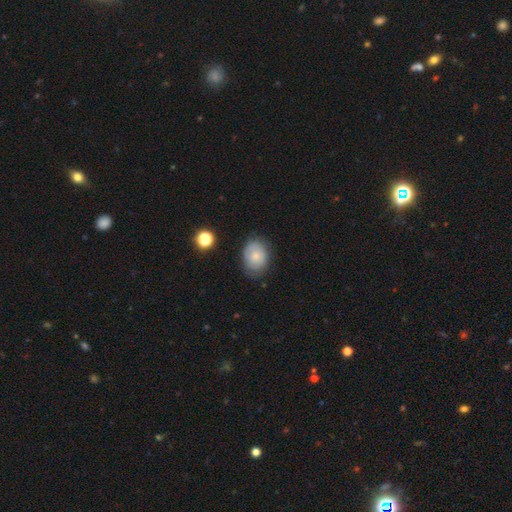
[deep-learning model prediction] Smooth or featured: smooth — 74% (featured or disk — 18%)
How rounded: in between — 67% (round — 32%)
Merging: none — 72% (minor disturbance — 21%)